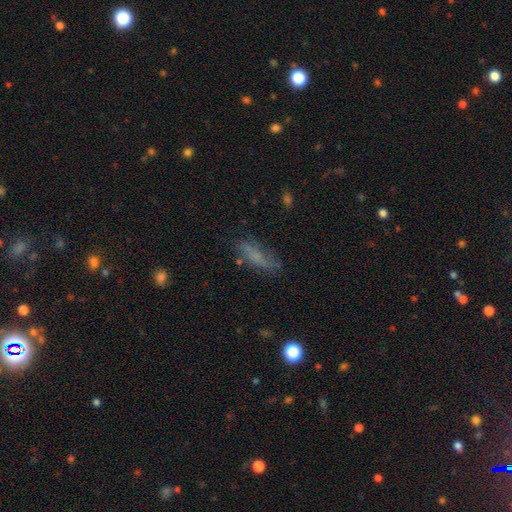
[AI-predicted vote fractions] Smooth or featured: smooth — 59% (featured or disk — 29%)
How rounded: in between — 50% (cigar-shaped — 46%)
Merging: none — 64% (minor disturbance — 23%)